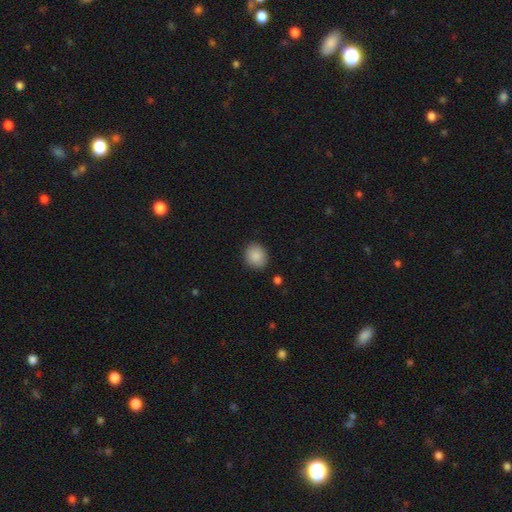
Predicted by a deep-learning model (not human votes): smooth-or-featured: smooth: 89% | star or artifact: 8% | featured or disk: 4%
  how-rounded: round: 70% | in between: 29% | cigar-shaped: 1%
  merging: none: 88% | minor disturbance: 8% | major disturbance: 2% | merger: 1%